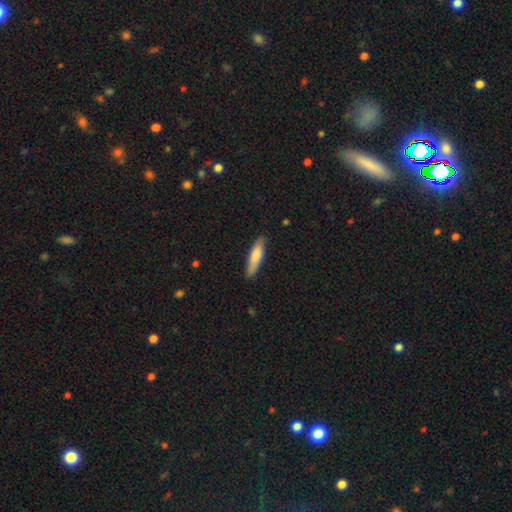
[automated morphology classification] smooth_or_featured: smooth (p=0.79) [alt: featured or disk p=0.15]
how_rounded: cigar-shaped (p=0.75) [alt: in between p=0.24]
merging: none (p=0.83) [alt: minor disturbance p=0.14]